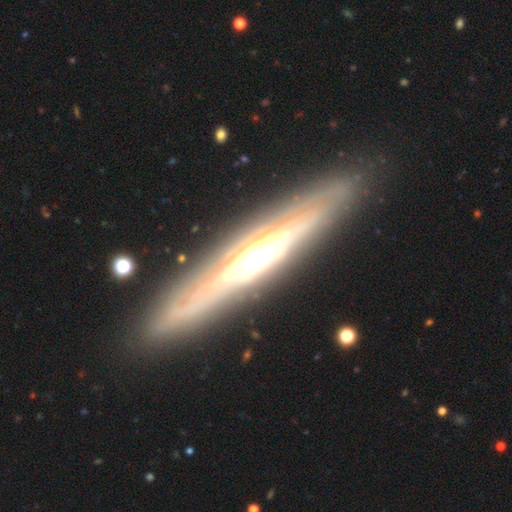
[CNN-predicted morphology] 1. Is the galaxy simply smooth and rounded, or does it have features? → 80% featured or disk, 14% smooth, 6% star or artifact.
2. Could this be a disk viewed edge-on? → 80% yes, 20% no.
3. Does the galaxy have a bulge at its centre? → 83% rounded, 10% none, 7% boxy.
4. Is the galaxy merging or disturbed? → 86% none, 9% minor disturbance, 3% major disturbance, 1% merger.